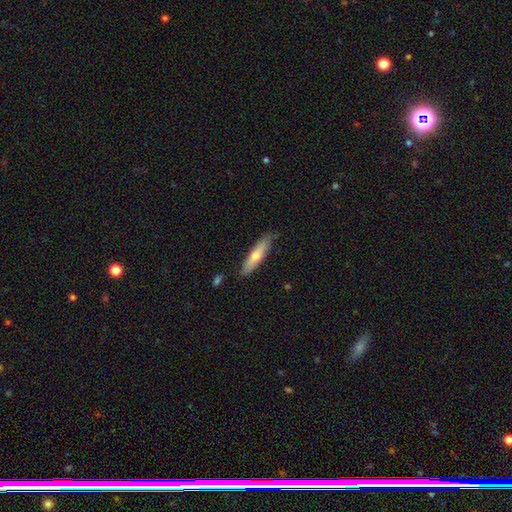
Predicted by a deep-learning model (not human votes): Smooth or featured? smooth (62%)
How rounded? cigar-shaped (78%)
Merging? none (80%)